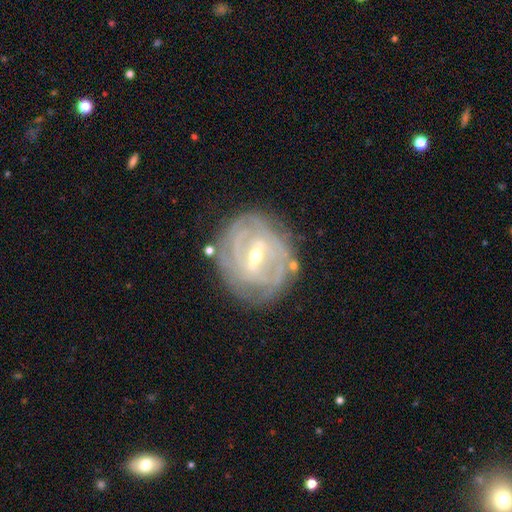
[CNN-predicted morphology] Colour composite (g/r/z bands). It shows a featured or disk galaxy (87%) with a strong bar (50%), tight (74%) spiral arms (90%) and a small central bulge (51%). Merging: none (75%).